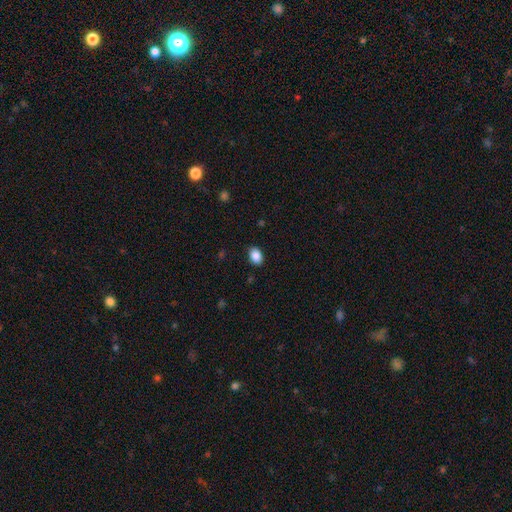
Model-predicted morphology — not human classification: A smooth galaxy with no disk features (89%) that is in between round and cigar-shaped (79%). Merging: none (88%).